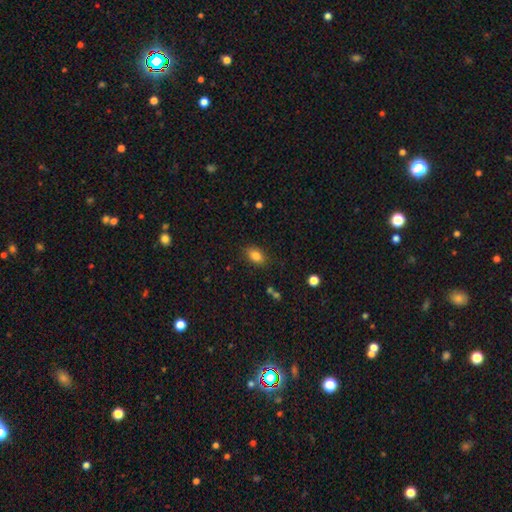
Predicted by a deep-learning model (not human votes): smooth 84%, star or artifact 10%, featured or disk 7%. Down the decision tree: how rounded — in between (81%); merging — none (84%).